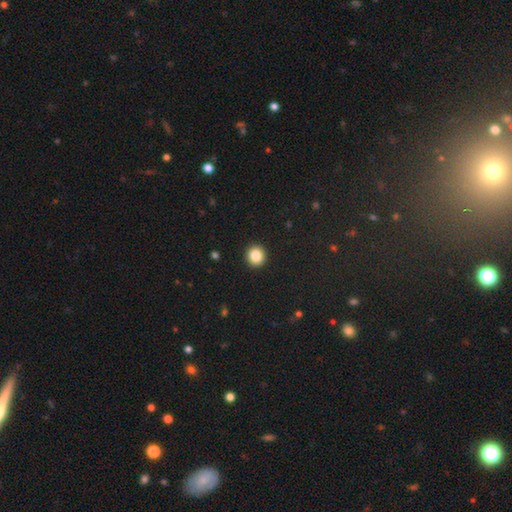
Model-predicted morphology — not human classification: A smooth galaxy with no disk features (86%) that is round (92%). Merging: none (93%).